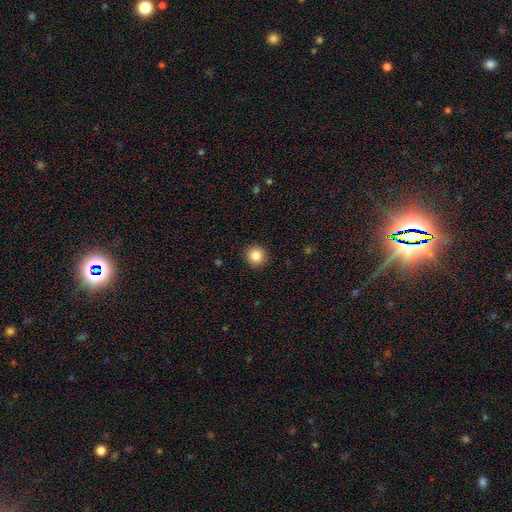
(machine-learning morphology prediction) A smooth galaxy with no disk features (86%) that is round (92%). Merging: none (91%).